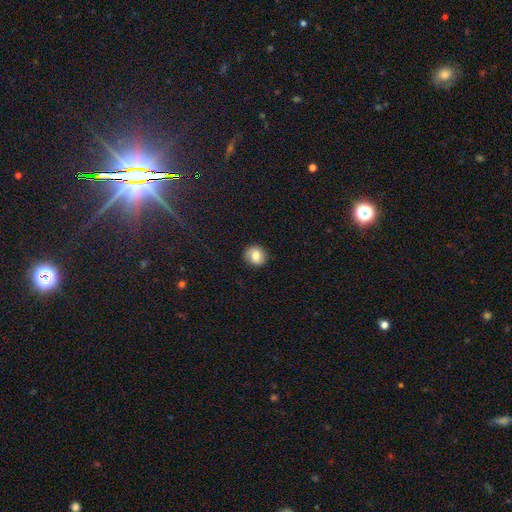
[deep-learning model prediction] Smooth or featured: smooth — 74% (featured or disk — 16%)
How rounded: round — 79% (in between — 20%)
Merging: none — 87% (minor disturbance — 10%)